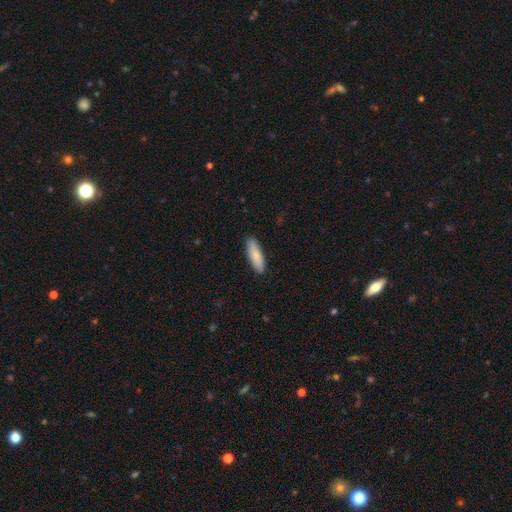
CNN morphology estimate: type=smooth (85%); roundness=in between (50%); merging=none (89%).